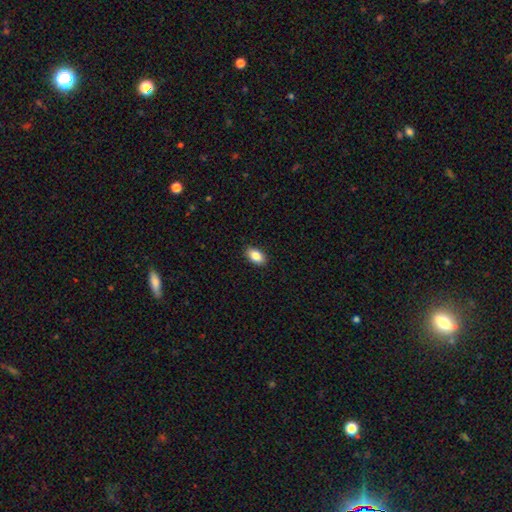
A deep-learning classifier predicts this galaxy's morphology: Q: Smooth or featured?
A: smooth (86%); runner-up: star or artifact (8%)
Q: How rounded?
A: in between (91%); runner-up: round (7%)
Q: Merging?
A: none (89%); runner-up: minor disturbance (8%)